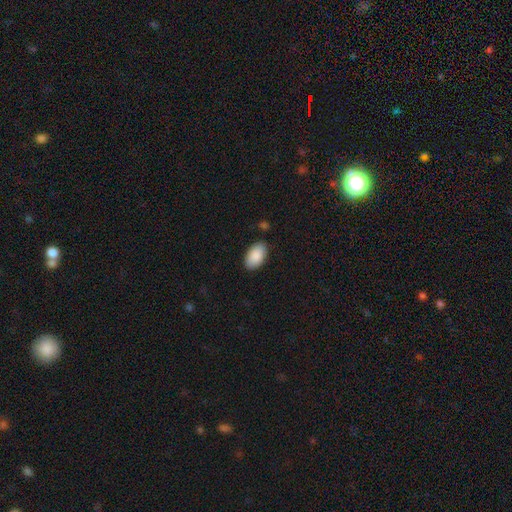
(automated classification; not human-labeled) Overall: smooth (89%). How rounded: in between (95%). Merging: none (86%).